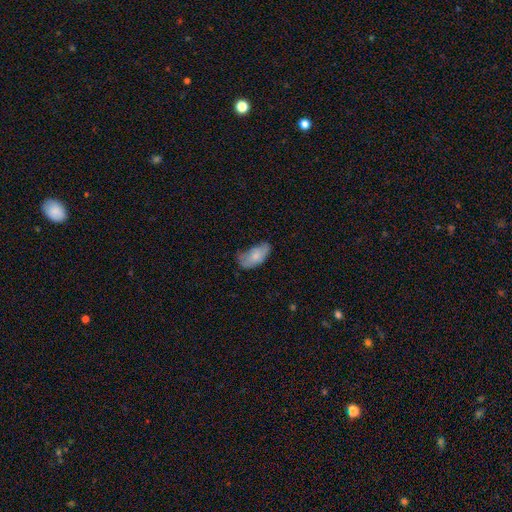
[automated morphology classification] This is likely a smooth galaxy (72%). How rounded: clearly in between (93%). Merging: marginally none (42%).